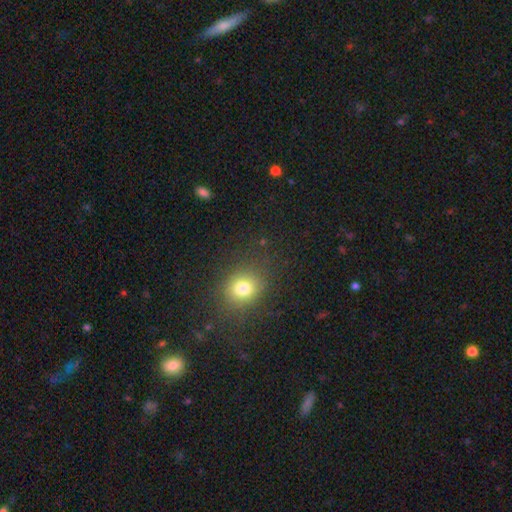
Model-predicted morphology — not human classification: Overall: smooth (63%; star or artifact 30%). How rounded: round (76%). Merging: none (87%).